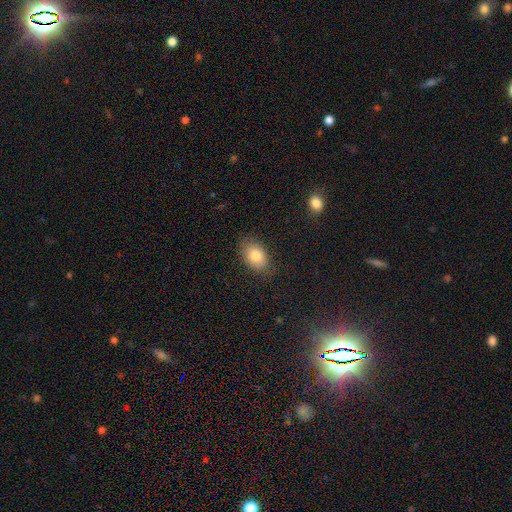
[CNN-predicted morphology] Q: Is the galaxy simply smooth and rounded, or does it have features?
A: smooth — 81%.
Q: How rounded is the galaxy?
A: in between — 84%.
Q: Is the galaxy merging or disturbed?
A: none — 82%.